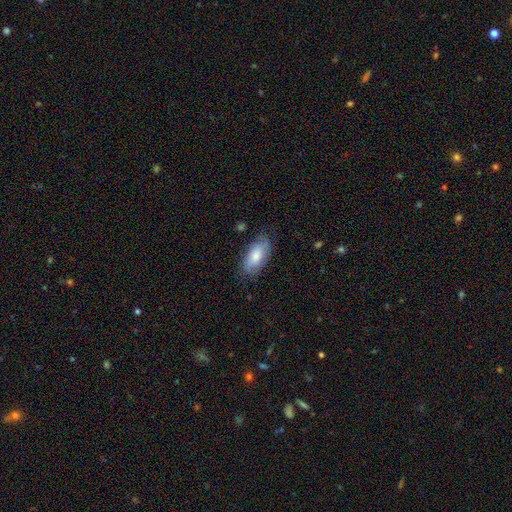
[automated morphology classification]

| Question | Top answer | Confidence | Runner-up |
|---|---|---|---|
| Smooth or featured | smooth | 70% | featured or disk (24%) |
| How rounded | in between | 91% | cigar-shaped (6%) |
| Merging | none | 72% | minor disturbance (21%) |